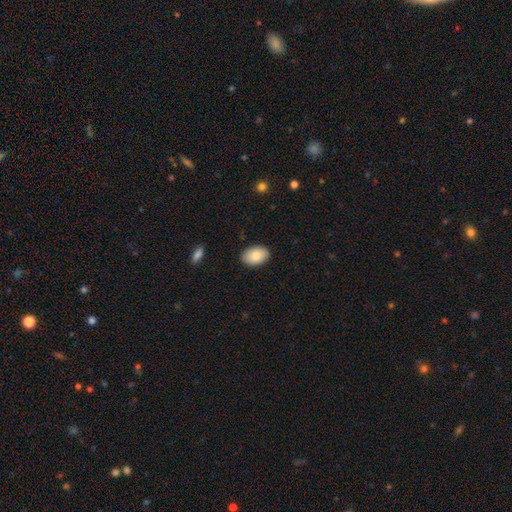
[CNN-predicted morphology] smooth 84%, featured or disk 10%, star or artifact 6%. Down the decision tree: how rounded — in between (90%); merging — none (88%).